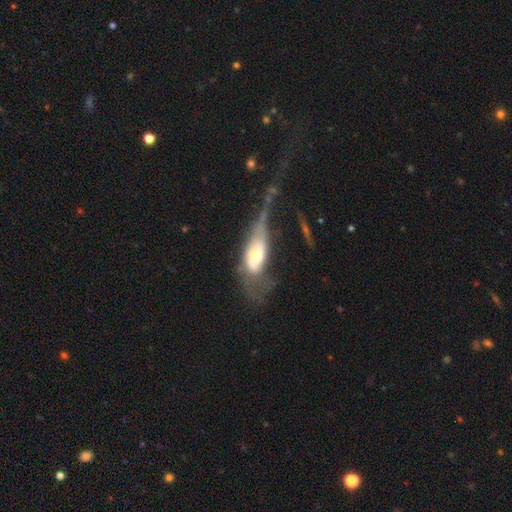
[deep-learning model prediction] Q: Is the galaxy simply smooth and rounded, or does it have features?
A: featured or disk — 50%.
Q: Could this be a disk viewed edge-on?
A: no — 77%.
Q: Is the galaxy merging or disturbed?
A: major disturbance — 58%.